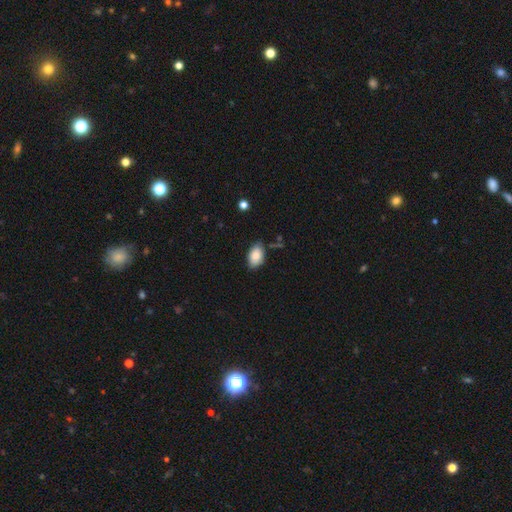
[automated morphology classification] This is clearly a smooth galaxy (86%). How rounded: clearly in between (92%). Merging: likely none (77%).